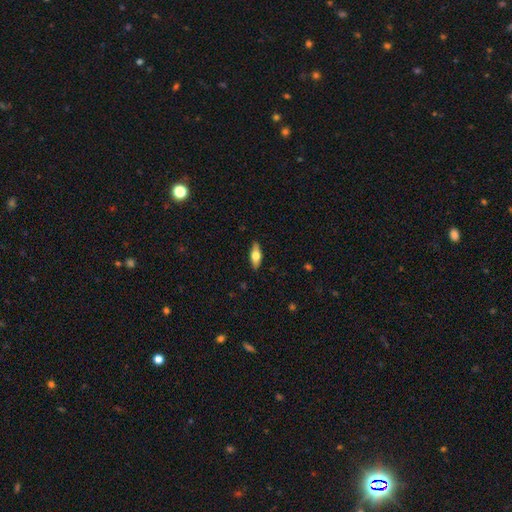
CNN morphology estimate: Smooth or featured?
  - smooth: 60% *
  - featured or disk: 34%
  - star or artifact: 6%
How rounded?
  - in between: 69% *
  - cigar-shaped: 28%
  - round: 3%
Merging?
  - none: 89% *
  - minor disturbance: 9%
  - major disturbance: 2%
  - merger: 1%